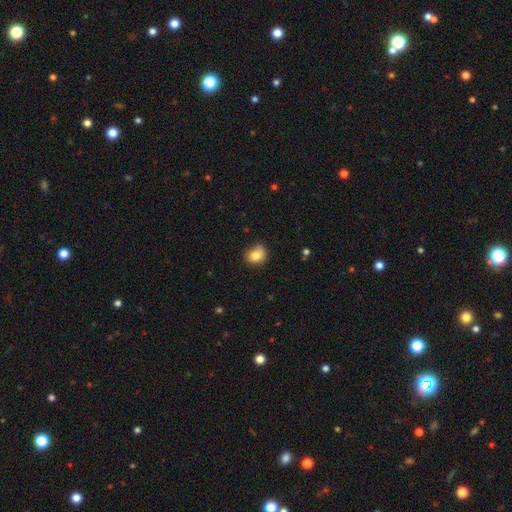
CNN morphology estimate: Smooth or featured?
  - smooth: 79% *
  - featured or disk: 11%
  - star or artifact: 10%
How rounded?
  - round: 68% *
  - in between: 31%
  - cigar-shaped: 1%
Merging?
  - none: 62% *
  - minor disturbance: 27%
  - major disturbance: 6%
  - merger: 5%